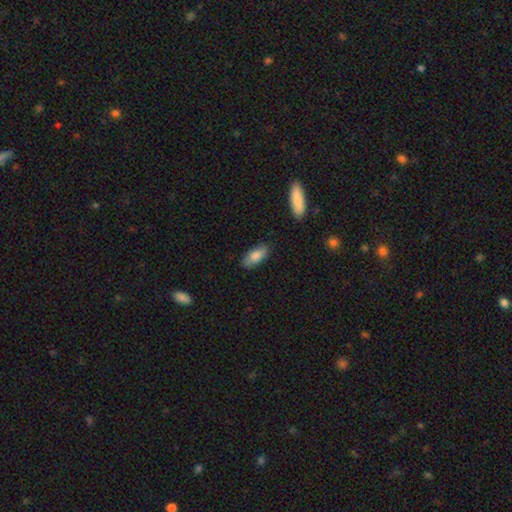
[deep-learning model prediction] A smooth galaxy with no disk features (78%) that is in between round and cigar-shaped (86%).

Vote fractions:
- Smooth or featured? smooth: 78% / featured or disk: 15% / star or artifact: 6%
- How rounded? in between: 86% / cigar-shaped: 11% / round: 2%
- Merging? none: 80% / minor disturbance: 15% / major disturbance: 3% / merger: 2%